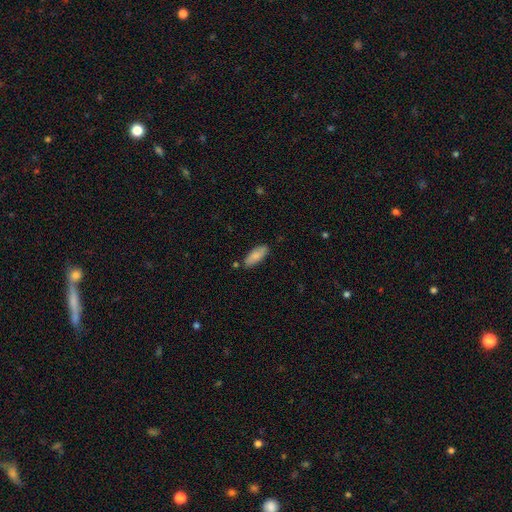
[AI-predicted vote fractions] This appears to be a smooth galaxy with no disk features (84%) that is in between round and cigar-shaped (75%). Merging: none (81%).